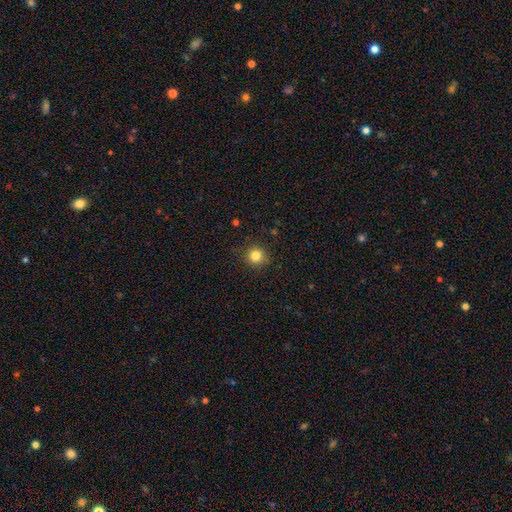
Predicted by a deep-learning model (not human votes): Morphology: type=smooth (82%); roundness=round (94%); merging=none (90%).